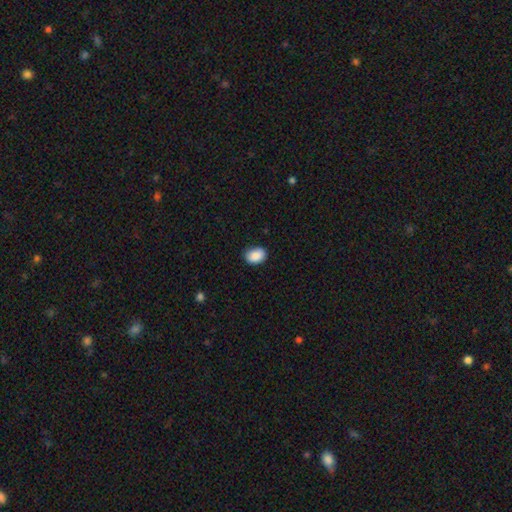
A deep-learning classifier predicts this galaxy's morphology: smooth-or-featured: smooth: 89% | star or artifact: 7% | featured or disk: 3%
  how-rounded: in between: 73% | round: 26% | cigar-shaped: 1%
  merging: none: 83% | minor disturbance: 14% | major disturbance: 2% | merger: 1%